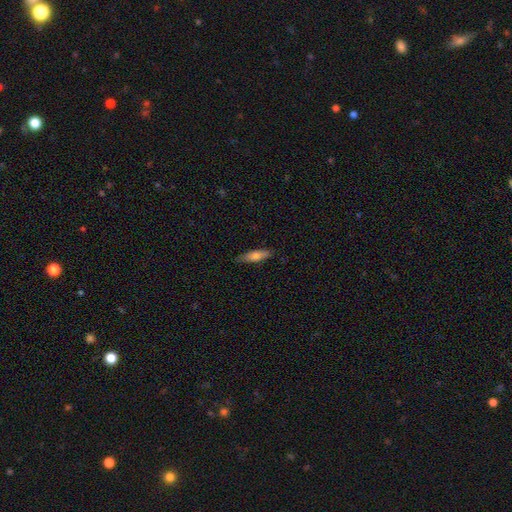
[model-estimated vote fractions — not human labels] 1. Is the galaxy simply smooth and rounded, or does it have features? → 71% smooth, 23% featured or disk, 6% star or artifact.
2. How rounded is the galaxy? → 57% cigar-shaped, 42% in between, 2% round.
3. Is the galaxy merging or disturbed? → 82% none, 15% minor disturbance, 2% major disturbance, 1% merger.